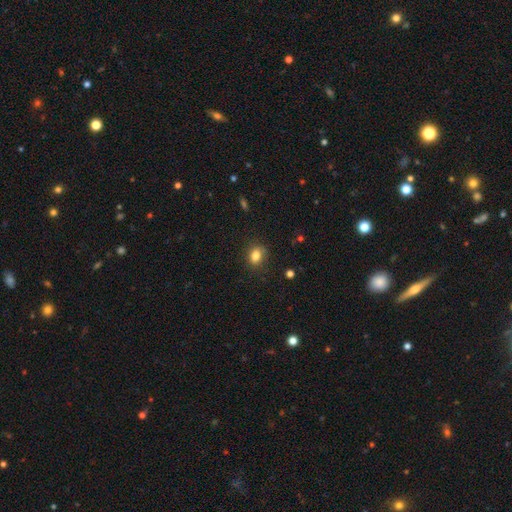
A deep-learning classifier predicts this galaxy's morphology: smooth 84%, star or artifact 11%, featured or disk 6%. Down the decision tree: how rounded — in between (59%); merging — none (85%).